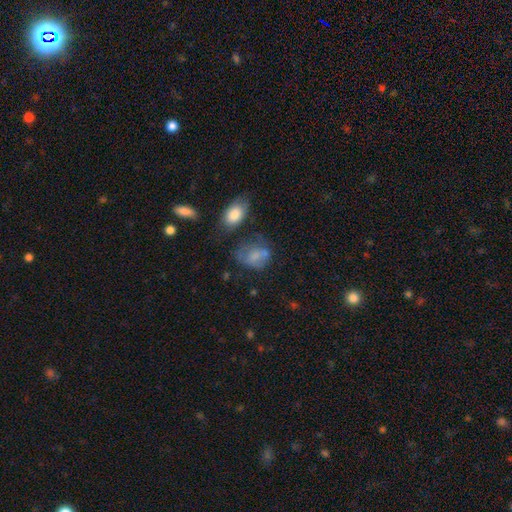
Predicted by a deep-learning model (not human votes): The model was most divided on "merging": none: 39%, minor disturbance: 27%, major disturbance: 23%, merger: 12%. More confident: how rounded — in between (68%); smooth or featured — smooth (65%).